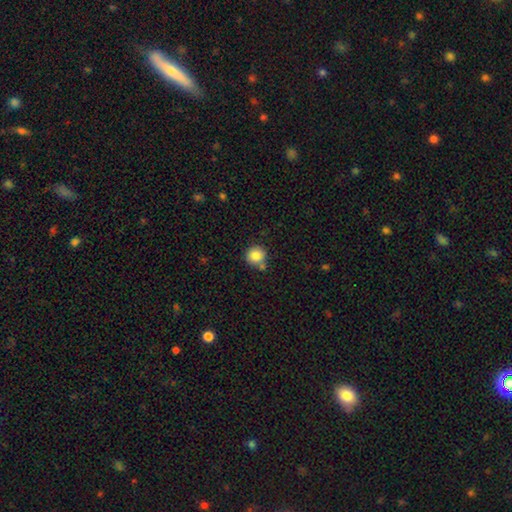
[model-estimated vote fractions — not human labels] A smooth galaxy with no disk features (85%) that is round (92%).

Vote fractions:
- Smooth or featured? smooth: 85% / star or artifact: 9% / featured or disk: 5%
- How rounded? round: 92% / in between: 8% / cigar-shaped: 1%
- Merging? none: 71% / merger: 15% / minor disturbance: 12% / major disturbance: 3%